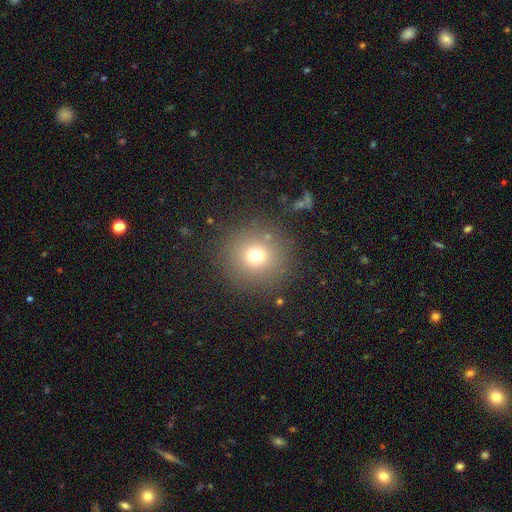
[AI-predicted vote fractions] smooth-or-featured: smooth: 71% | star or artifact: 18% | featured or disk: 11%
  how-rounded: round: 94% | in between: 5% | cigar-shaped: 1%
  merging: none: 87% | minor disturbance: 7% | major disturbance: 4% | merger: 2%